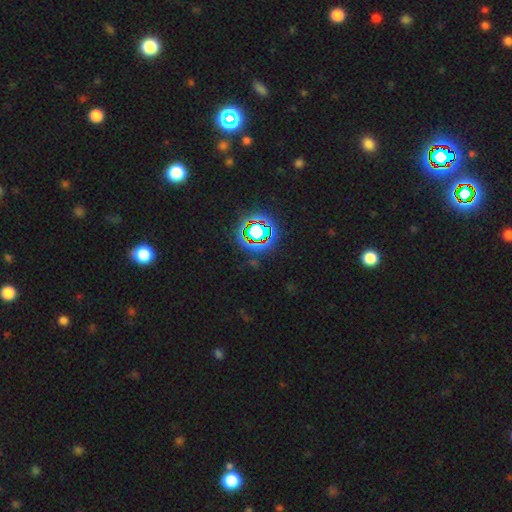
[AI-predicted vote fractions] This is likely a star or artifact rather than a galaxy (78%).